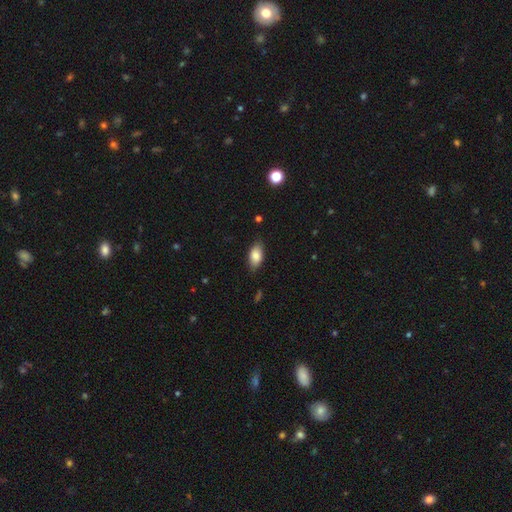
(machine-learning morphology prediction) Smooth or featured: smooth — 82% (featured or disk — 11%)
How rounded: in between — 91% (cigar-shaped — 5%)
Merging: none — 81% (minor disturbance — 15%)